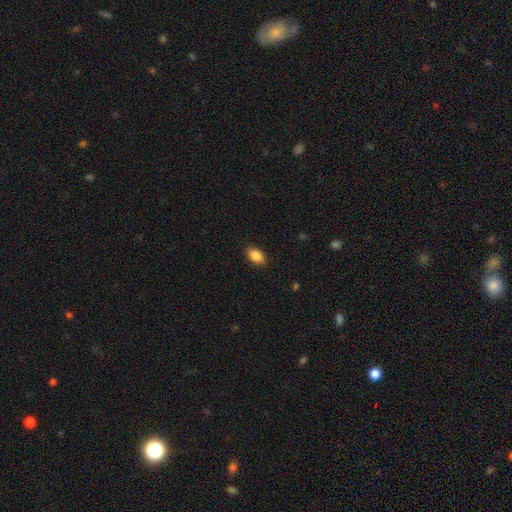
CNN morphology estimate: This is clearly a smooth galaxy (88%). How rounded: clearly in between (89%). Merging: clearly none (89%).